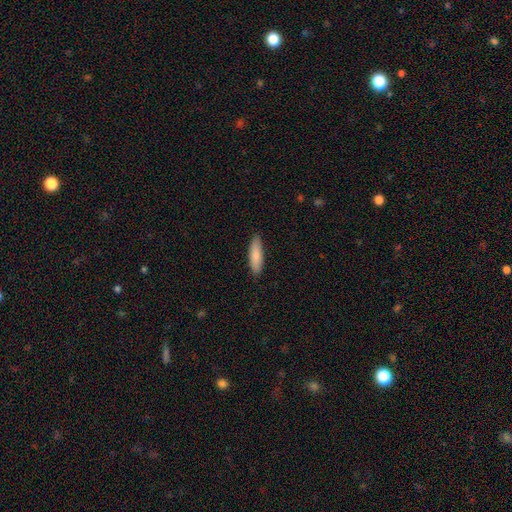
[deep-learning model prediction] smooth 84%, featured or disk 11%, star or artifact 5%. Down the decision tree: how rounded — cigar-shaped (59%); merging — none (88%).